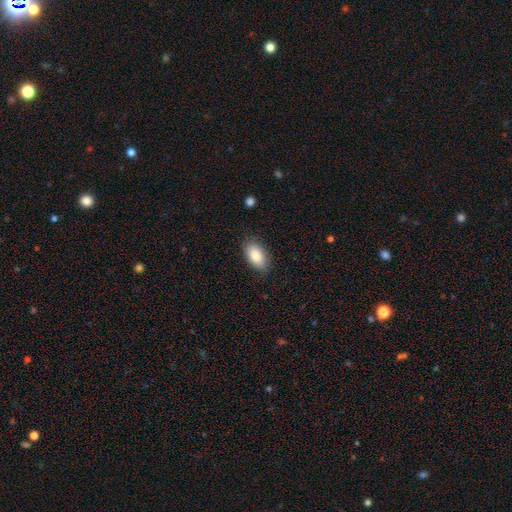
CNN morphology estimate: Overall: smooth (85%). How rounded: in between (92%). Merging: none (84%).